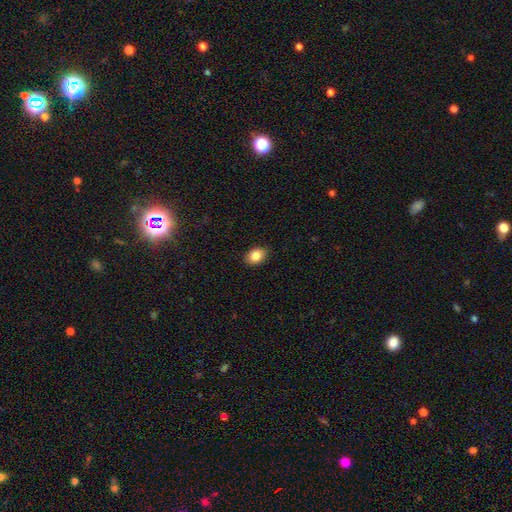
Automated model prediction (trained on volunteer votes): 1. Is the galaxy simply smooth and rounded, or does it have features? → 86% smooth, 8% star or artifact, 6% featured or disk.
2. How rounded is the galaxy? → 77% in between, 22% round, 1% cigar-shaped.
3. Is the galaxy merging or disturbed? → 89% none, 9% minor disturbance, 2% major disturbance, 1% merger.